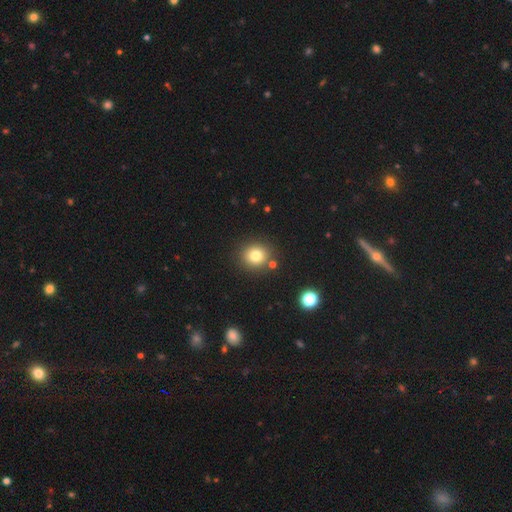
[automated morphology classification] type=smooth (79%); roundness=round (86%); merging=none (85%).